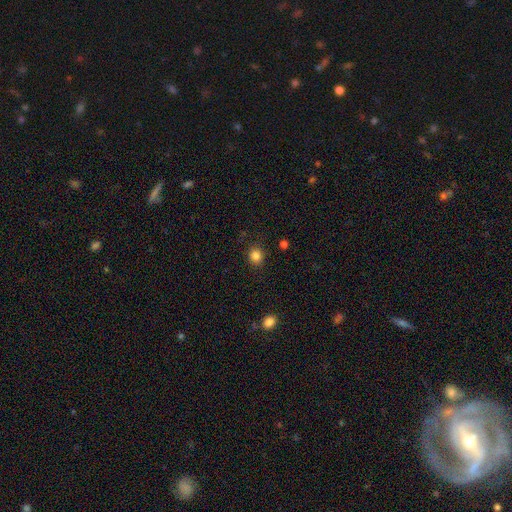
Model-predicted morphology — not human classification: Smooth or featured: smooth — 84% (star or artifact — 12%)
How rounded: round — 83% (in between — 16%)
Merging: none — 87% (minor disturbance — 9%)